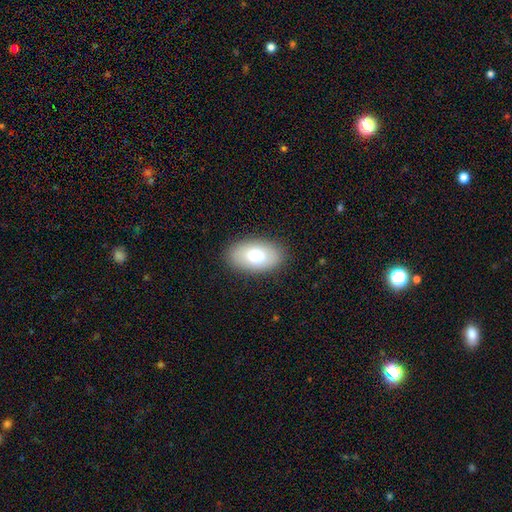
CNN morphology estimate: The model was most divided on "smooth or featured": smooth: 72%, featured or disk: 19%, star or artifact: 8%. More confident: how rounded — in between (92%); merging — none (88%).